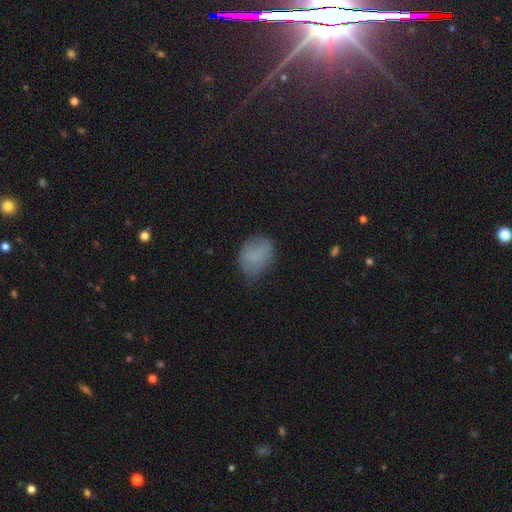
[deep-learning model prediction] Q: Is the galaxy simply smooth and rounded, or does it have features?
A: smooth — 75%.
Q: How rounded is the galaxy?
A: in between — 68%.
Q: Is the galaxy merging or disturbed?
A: none — 57%.